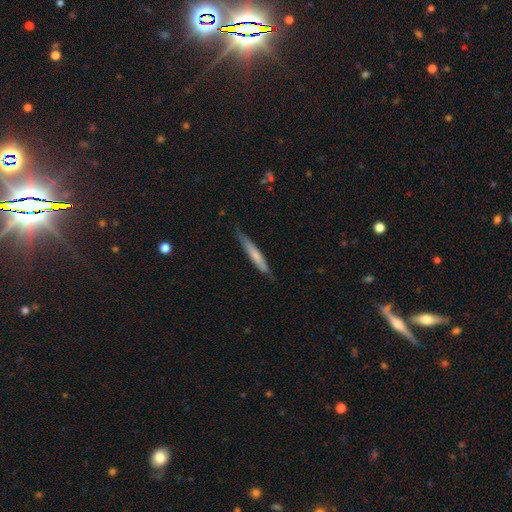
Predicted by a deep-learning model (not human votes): A smooth galaxy with no disk features (61%) that is cigar-shaped (95%). Merging: none (79%).